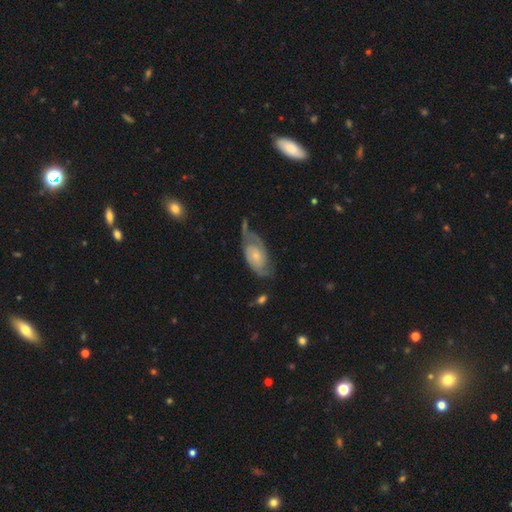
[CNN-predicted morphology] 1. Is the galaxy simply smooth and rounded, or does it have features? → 72% featured or disk, 22% smooth, 6% star or artifact.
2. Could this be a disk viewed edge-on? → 95% no, 5% yes.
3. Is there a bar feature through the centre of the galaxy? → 71% no, 25% weak, 4% strong.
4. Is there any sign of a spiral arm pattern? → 89% yes, 11% no.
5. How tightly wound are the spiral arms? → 43% tight, 38% medium, 19% loose.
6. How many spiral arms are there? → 70% 2, 16% can't tell, 8% 1, 3% 3, 1% 4, 1% more than 4.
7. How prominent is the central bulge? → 65% small, 27% moderate, 4% none, 3% large, 1% dominant.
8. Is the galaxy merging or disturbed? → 46% none, 28% minor disturbance, 20% major disturbance, 6% merger.